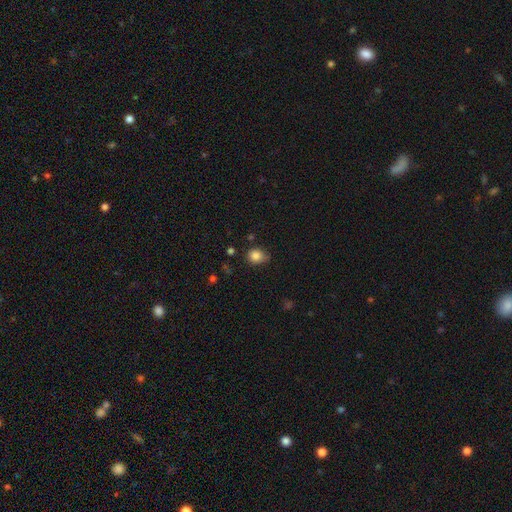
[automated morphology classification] smooth-or-featured: smooth: 84% | star or artifact: 10% | featured or disk: 6%
  how-rounded: round: 62% | in between: 37% | cigar-shaped: 1%
  merging: none: 65% | minor disturbance: 27% | major disturbance: 5% | merger: 3%